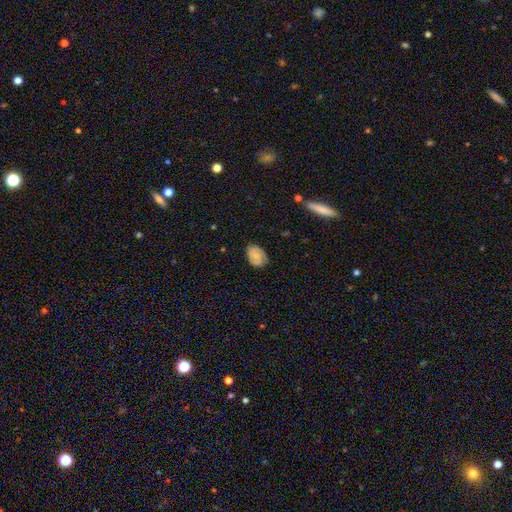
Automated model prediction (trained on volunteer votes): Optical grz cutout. It shows a smooth galaxy with no disk features (68%) that is in between round and cigar-shaped (78%). Merging: none (75%).